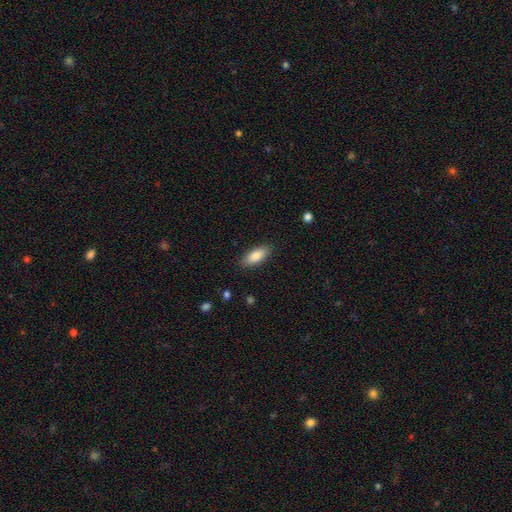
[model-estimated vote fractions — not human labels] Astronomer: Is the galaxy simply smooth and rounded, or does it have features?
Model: smooth — 86%.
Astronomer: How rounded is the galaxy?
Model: in between — 79%.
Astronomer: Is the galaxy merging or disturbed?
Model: none — 87%.